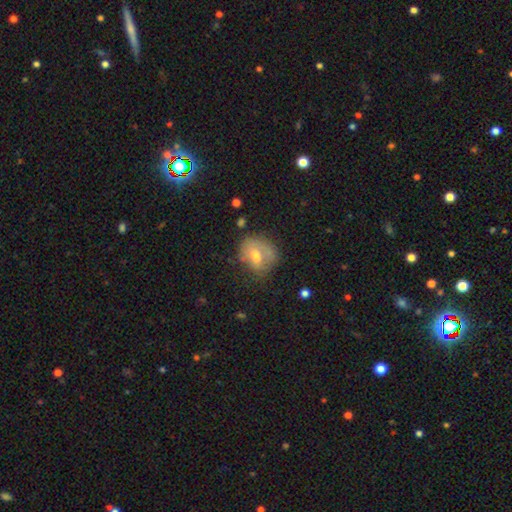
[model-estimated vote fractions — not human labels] Morphology: type=smooth (56%); roundness=round (52%); merging=none (45%).